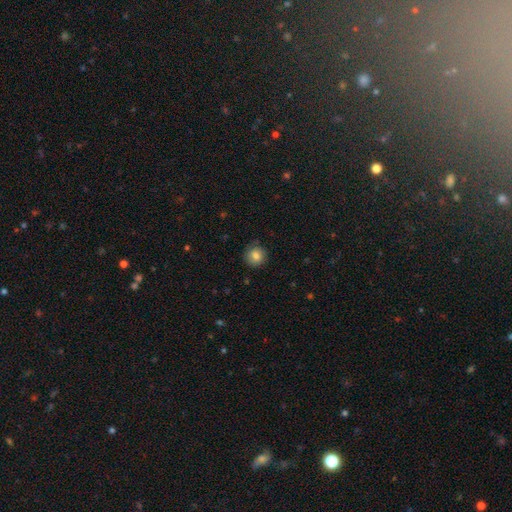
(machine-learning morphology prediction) Smooth or featured?
  - smooth: 82% *
  - star or artifact: 9%
  - featured or disk: 8%
How rounded?
  - round: 92% *
  - in between: 7%
  - cigar-shaped: 1%
Merging?
  - none: 84% *
  - minor disturbance: 12%
  - major disturbance: 3%
  - merger: 1%